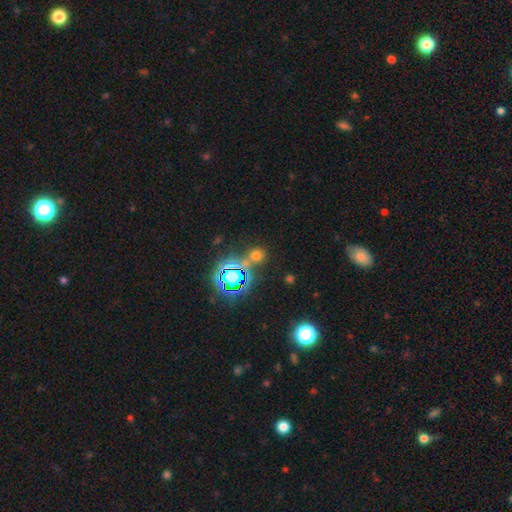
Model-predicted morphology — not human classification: A smooth galaxy with no disk features (51%) that is round (85%).

Vote fractions:
- Smooth or featured? smooth: 51% / star or artifact: 41% / featured or disk: 8%
- How rounded? round: 85% / in between: 14% / cigar-shaped: 2%
- Merging? none: 69% / merger: 17% / minor disturbance: 9% / major disturbance: 5%